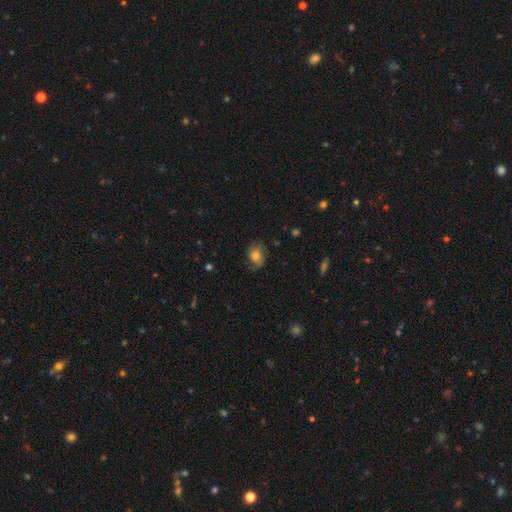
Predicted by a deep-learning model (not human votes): Q: Smooth or featured?
A: smooth (61%); runner-up: featured or disk (29%)
Q: How rounded?
A: in between (55%); runner-up: round (44%)
Q: Merging?
A: none (64%); runner-up: minor disturbance (24%)